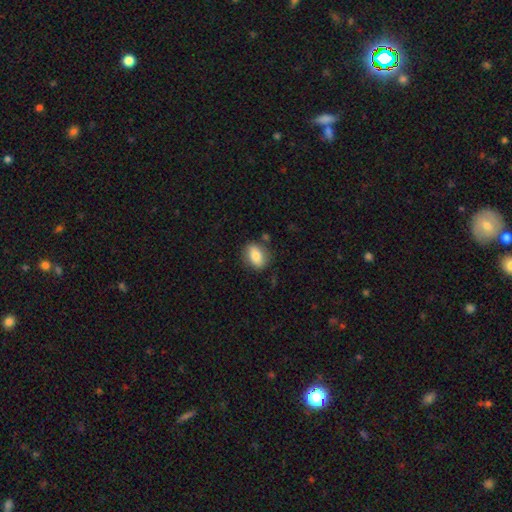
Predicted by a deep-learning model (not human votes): smooth 77%, featured or disk 15%, star or artifact 8%. Down the decision tree: how rounded — in between (76%); merging — none (79%).